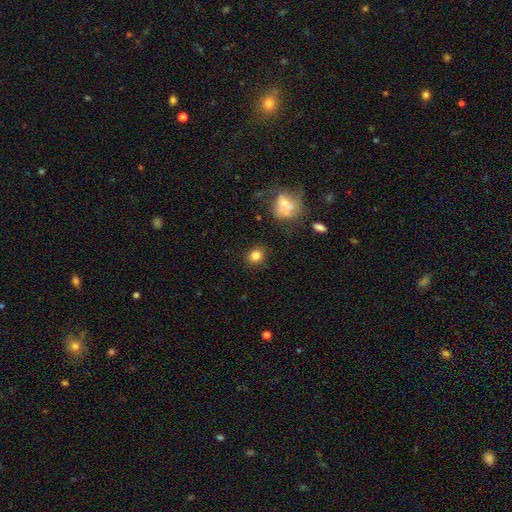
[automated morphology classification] This is clearly a smooth galaxy (82%). How rounded: likely round (77%). Merging: clearly none (86%).